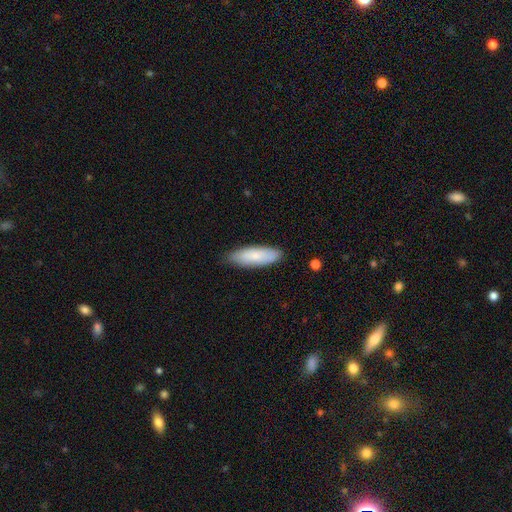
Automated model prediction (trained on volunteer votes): Morphology: type=smooth (80%); roundness=in between (61%); merging=none (82%).